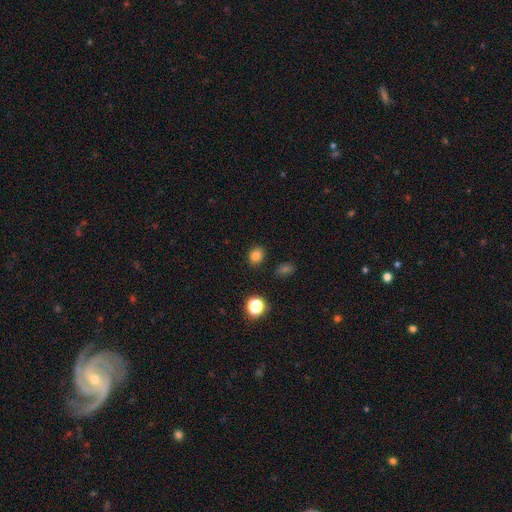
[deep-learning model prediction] smooth_or_featured: smooth (p=0.80) [alt: star or artifact p=0.15]
how_rounded: round (p=0.53) [alt: in between p=0.46]
merging: none (p=0.86) [alt: minor disturbance p=0.09]